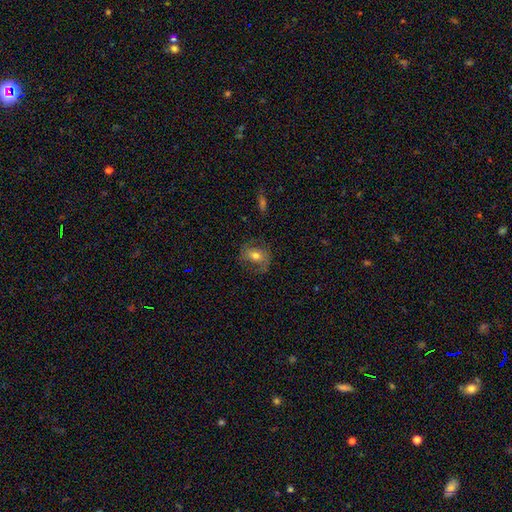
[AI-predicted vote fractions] Smooth or featured?
  - smooth: 50% *
  - featured or disk: 41%
  - star or artifact: 10%
Merging?
  - none: 65% *
  - minor disturbance: 21%
  - major disturbance: 13%
  - merger: 1%